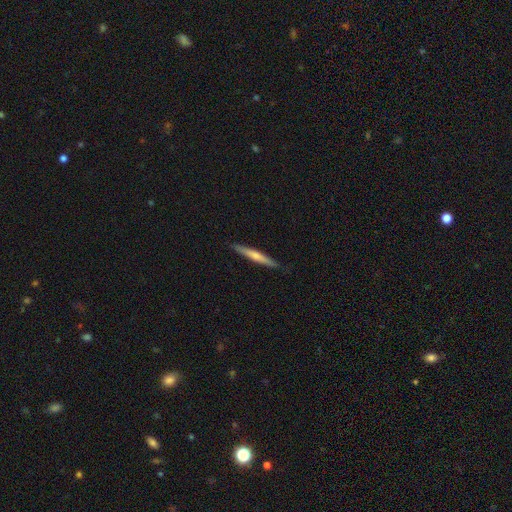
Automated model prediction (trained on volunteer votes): smooth-or-featured: smooth: 54% | featured or disk: 41% | star or artifact: 5%
  how-rounded: cigar-shaped: 95% | in between: 3% | round: 1%
  merging: none: 89% | minor disturbance: 8% | major disturbance: 1% | merger: 1%